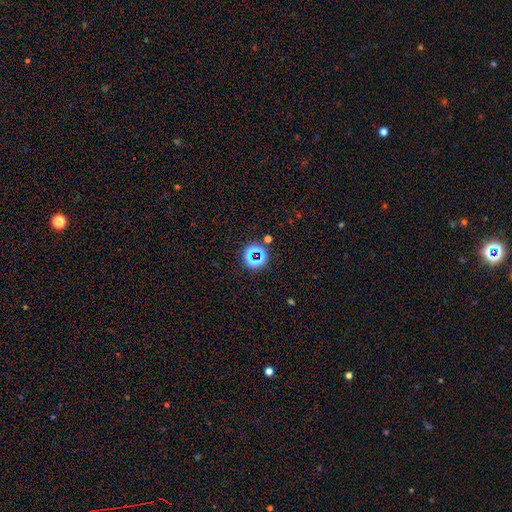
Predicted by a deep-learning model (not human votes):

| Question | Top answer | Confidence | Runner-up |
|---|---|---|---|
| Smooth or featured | star or artifact | 57% | smooth (31%) |